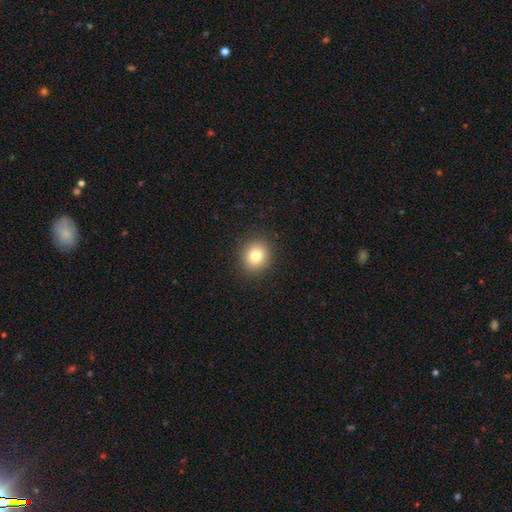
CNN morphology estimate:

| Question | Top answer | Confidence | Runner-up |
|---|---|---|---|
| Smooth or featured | smooth | 81% | star or artifact (11%) |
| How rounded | round | 83% | in between (16%) |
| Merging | none | 90% | minor disturbance (6%) |